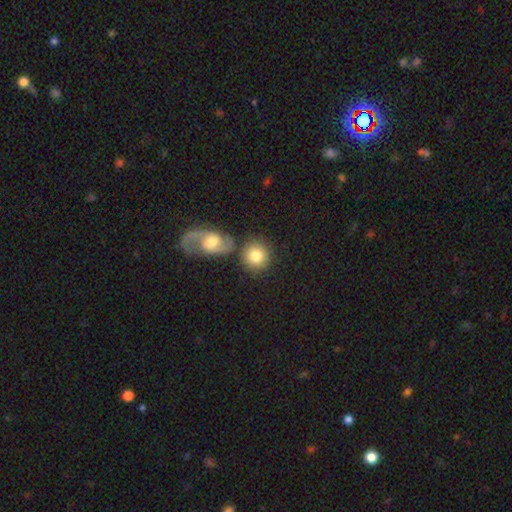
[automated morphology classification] Smooth or featured? smooth (77%)
How rounded? round (85%)
Merging? none (66%)